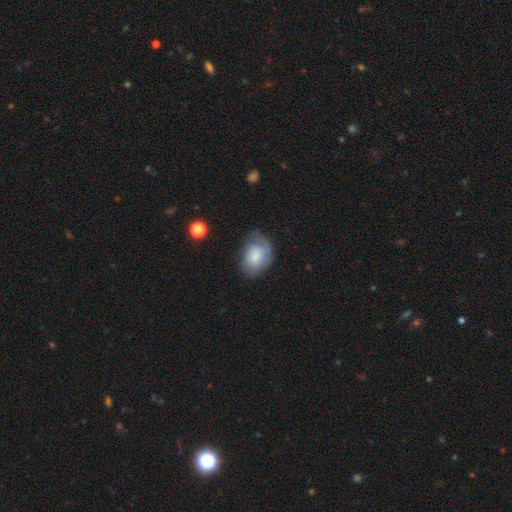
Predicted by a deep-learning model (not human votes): smooth-or-featured: smooth: 66% | featured or disk: 27% | star or artifact: 7%
  how-rounded: in between: 74% | round: 25% | cigar-shaped: 1%
  merging: none: 55% | minor disturbance: 30% | major disturbance: 13% | merger: 2%